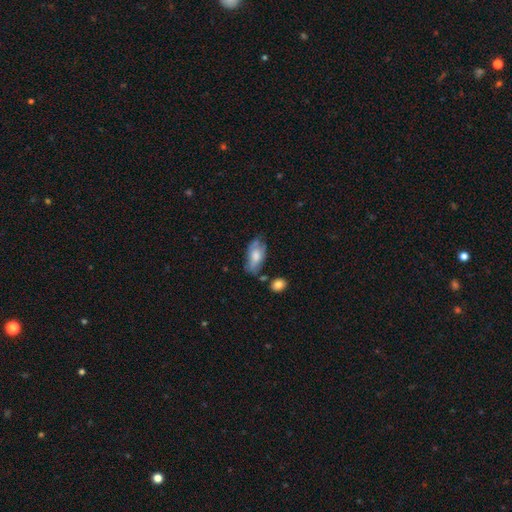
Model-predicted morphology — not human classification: smooth_or_featured: smooth (p=0.57) [alt: featured or disk p=0.35]
how_rounded: in between (p=0.90) [alt: cigar-shaped p=0.06]
merging: none (p=0.50) [alt: minor disturbance p=0.31]